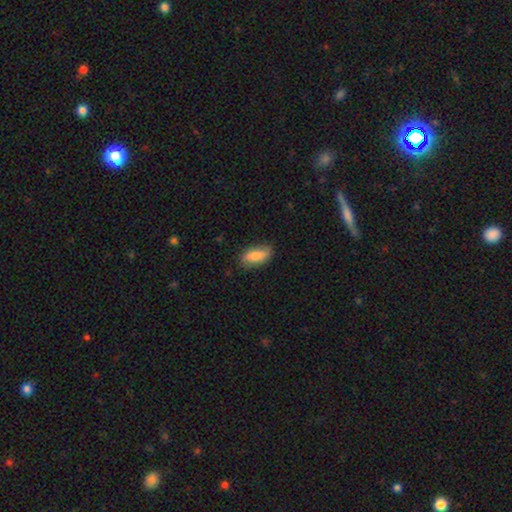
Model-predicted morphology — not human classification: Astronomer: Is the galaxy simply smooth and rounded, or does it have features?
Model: smooth — 81%.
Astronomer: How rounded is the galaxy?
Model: in between — 82%.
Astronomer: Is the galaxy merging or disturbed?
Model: none — 78%.